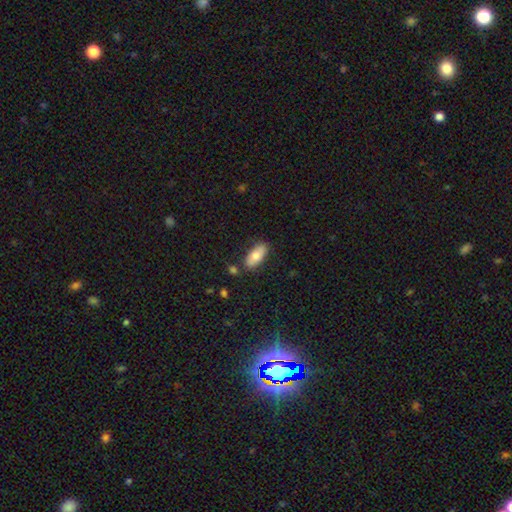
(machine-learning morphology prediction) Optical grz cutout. It shows a smooth galaxy with no disk features (75%) that is in between round and cigar-shaped (84%). Merging: none (82%).